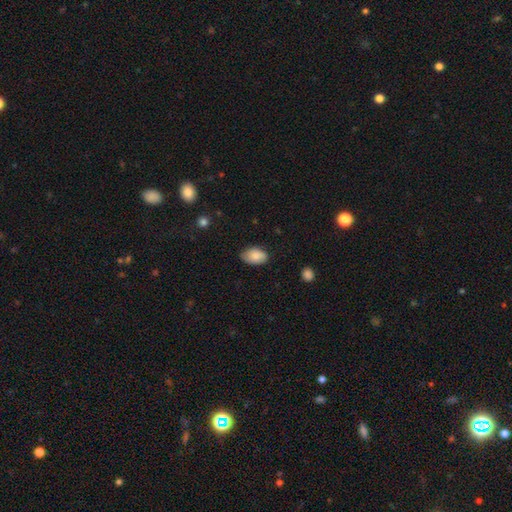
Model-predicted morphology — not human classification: This is clearly a smooth galaxy (83%). How rounded: clearly in between (90%). Merging: likely none (72%).